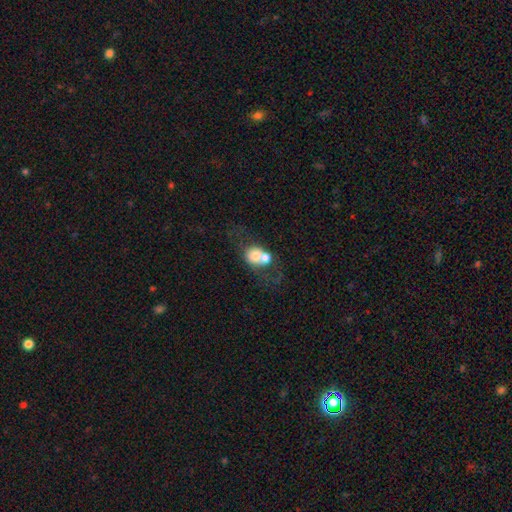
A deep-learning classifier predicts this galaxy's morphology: Smooth or featured? Predicted: smooth (p=0.62). How rounded? Predicted: round (p=0.63). Merging? Predicted: merger (p=0.58).